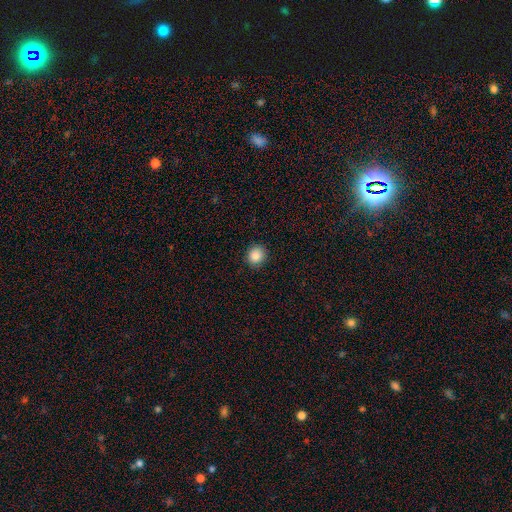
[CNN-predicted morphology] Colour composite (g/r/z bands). It shows a smooth galaxy with no disk features (87%) that is round (84%). Merging: none (90%).